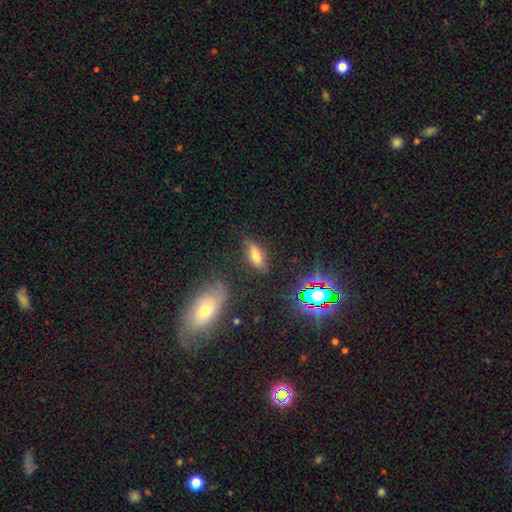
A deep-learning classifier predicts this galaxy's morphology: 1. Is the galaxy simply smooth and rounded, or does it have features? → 66% smooth, 19% featured or disk, 15% star or artifact.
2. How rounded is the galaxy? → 73% in between, 23% cigar-shaped, 4% round.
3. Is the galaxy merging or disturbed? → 71% none, 19% minor disturbance, 6% major disturbance, 3% merger.